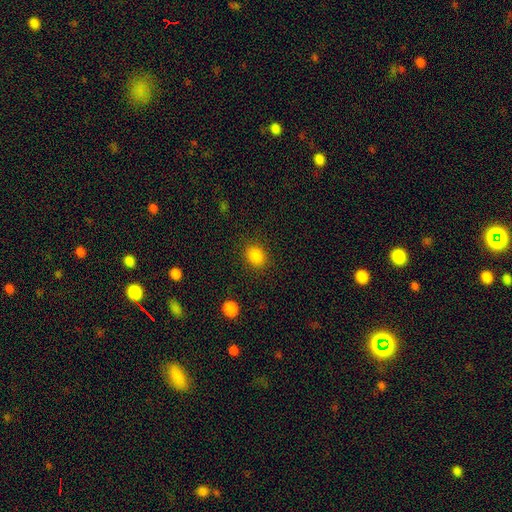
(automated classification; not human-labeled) Smooth or featured? smooth (86%)
How rounded? round (51%)
Merging? none (87%)